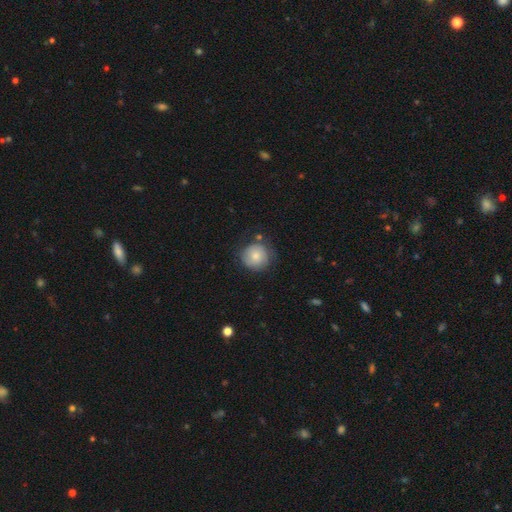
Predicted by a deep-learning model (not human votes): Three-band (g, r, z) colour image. It shows a smooth galaxy with no disk features (77%) that is round (92%). Merging: none (70%).